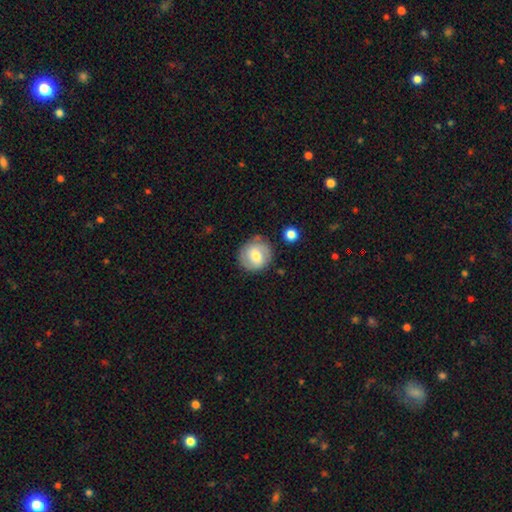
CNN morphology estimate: A smooth galaxy with no disk features (53%) that is round (88%).

Vote fractions:
- Smooth or featured? smooth: 53% / featured or disk: 39% / star or artifact: 8%
- How rounded? round: 88% / in between: 11% / cigar-shaped: 1%
- Merging? none: 77% / minor disturbance: 16% / major disturbance: 4% / merger: 3%